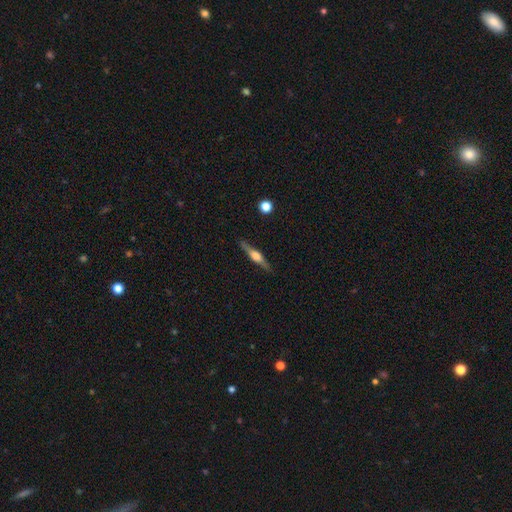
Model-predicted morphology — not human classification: Smooth or featured? Predicted: featured or disk (p=0.72). Edge-on disk? Predicted: yes (p=0.97). Edge-on bulge? Predicted: rounded (p=0.82). Merging? Predicted: none (p=0.87).